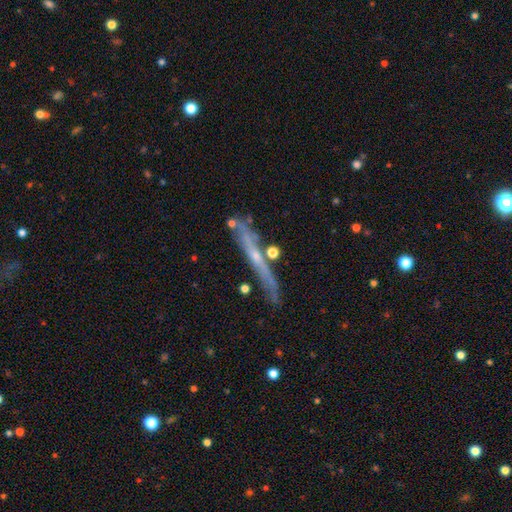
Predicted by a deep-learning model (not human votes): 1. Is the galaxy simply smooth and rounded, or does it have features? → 63% featured or disk, 29% smooth, 8% star or artifact.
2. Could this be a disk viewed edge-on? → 90% yes, 10% no.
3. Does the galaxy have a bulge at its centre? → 54% none, 42% rounded, 4% boxy.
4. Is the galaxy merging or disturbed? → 73% none, 17% minor disturbance, 6% merger, 4% major disturbance.